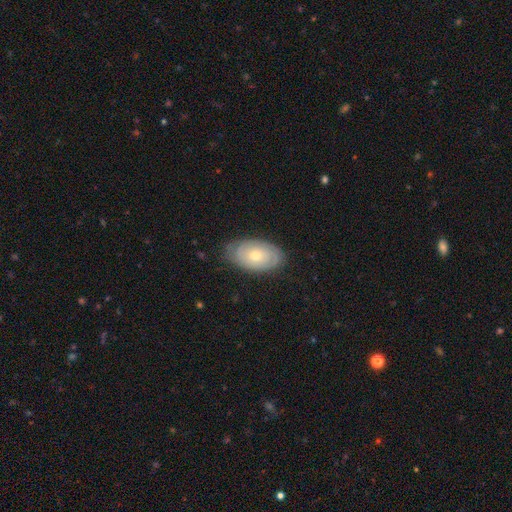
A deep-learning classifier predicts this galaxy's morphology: This appears to be a featured or disk galaxy (57%) with no bar (87%), spiral arms (65%) and a small central bulge (48%, tied with moderate). Merging: none (76%).